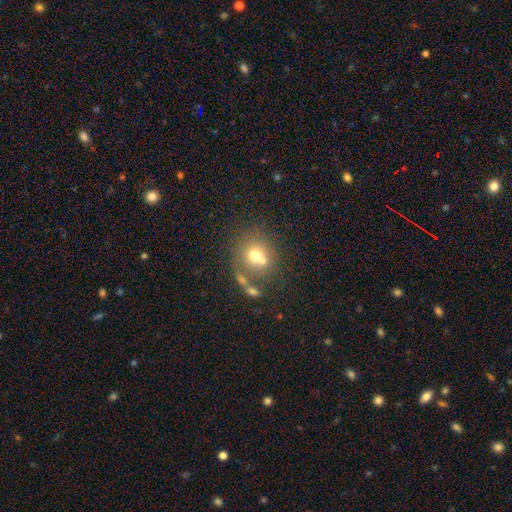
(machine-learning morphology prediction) Smooth or featured?
  - smooth: 64% *
  - featured or disk: 22%
  - star or artifact: 13%
How rounded?
  - round: 80% *
  - in between: 19%
  - cigar-shaped: 1%
Merging?
  - none: 44% *
  - merger: 38%
  - minor disturbance: 11%
  - major disturbance: 7%